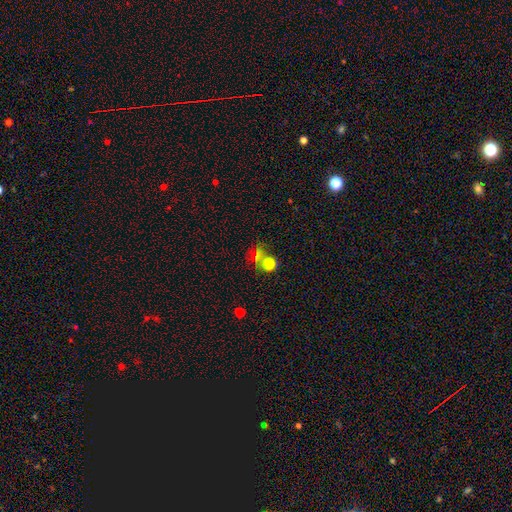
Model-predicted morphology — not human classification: Smooth or featured?
  - smooth: 53% *
  - star or artifact: 36%
  - featured or disk: 10%
How rounded?
  - round: 78% *
  - in between: 20%
  - cigar-shaped: 2%
Merging?
  - none: 60% *
  - merger: 16%
  - minor disturbance: 13%
  - major disturbance: 10%